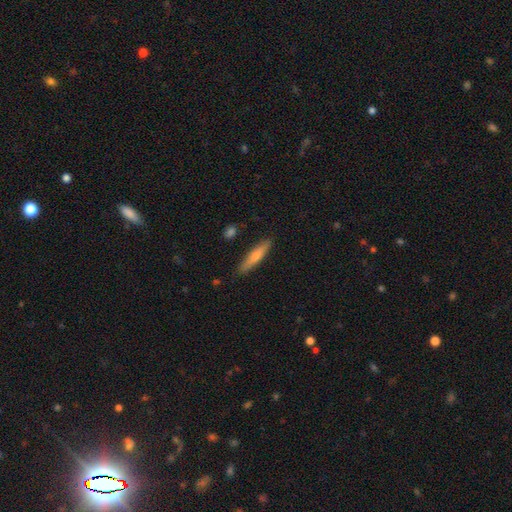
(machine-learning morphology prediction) This is likely a smooth galaxy (68%). How rounded: clearly cigar-shaped (87%). Merging: clearly none (87%).